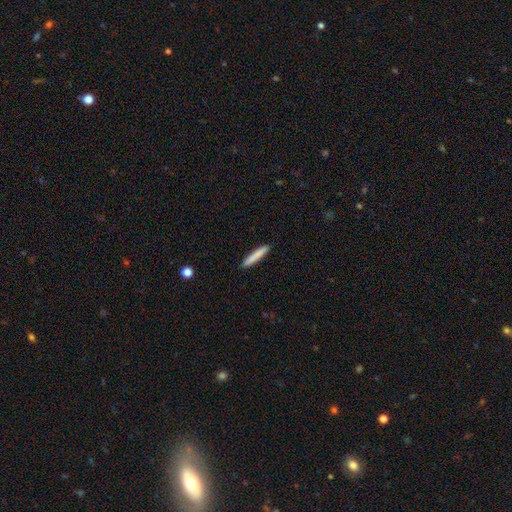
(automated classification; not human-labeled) Overall: smooth (81%). How rounded: cigar-shaped (94%). Merging: none (91%).